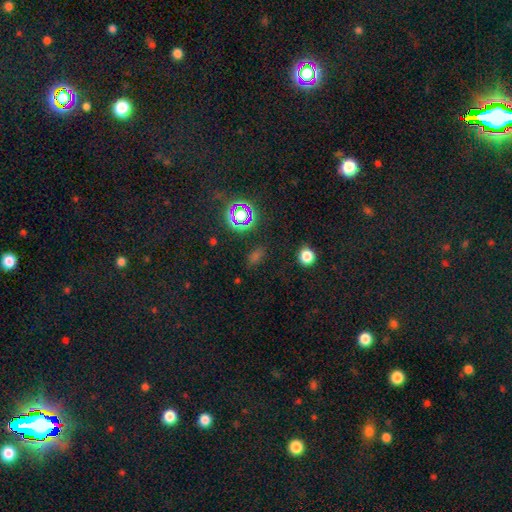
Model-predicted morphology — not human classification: This is possibly a star or artifact rather than a galaxy (52%).